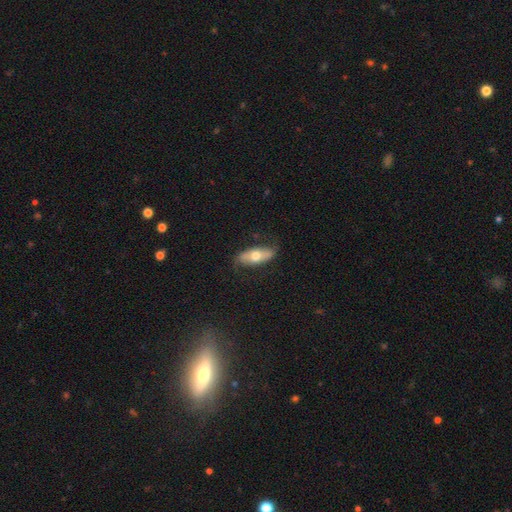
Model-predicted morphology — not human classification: Smooth or featured?
  - featured or disk: 47% * (tied)
  - smooth: 47% * (tied)
  - star or artifact: 6%
Merging?
  - none: 74% *
  - minor disturbance: 18%
  - major disturbance: 6%
  - merger: 1%